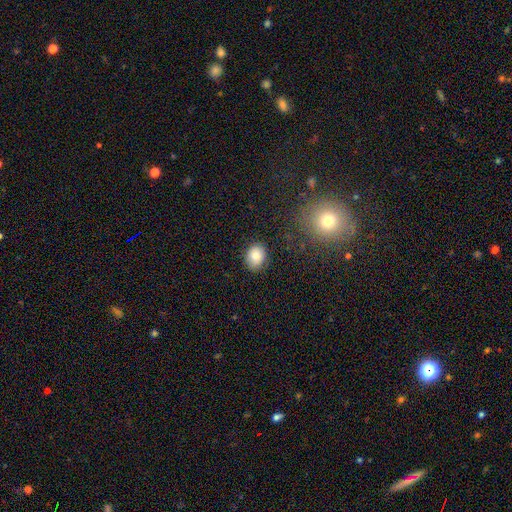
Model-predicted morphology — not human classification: A smooth galaxy with no disk features (82%) that is round (51%). Merging: none (85%).